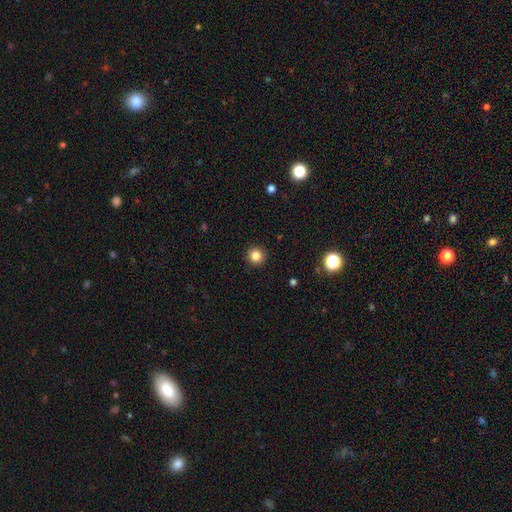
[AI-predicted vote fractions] Morphology: type=smooth (83%); roundness=round (95%); merging=none (93%).